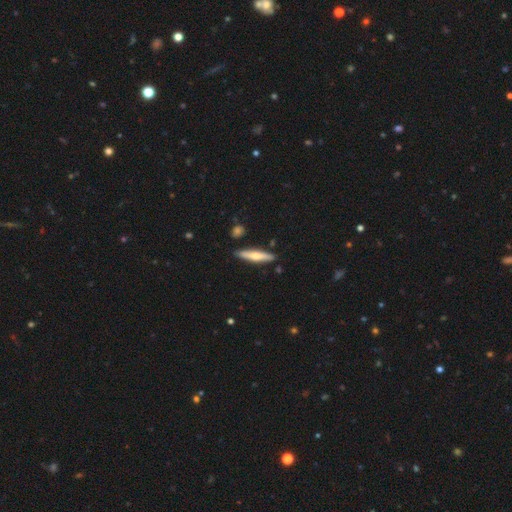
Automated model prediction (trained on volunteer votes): smooth 53%, featured or disk 41%, star or artifact 5%. Down the decision tree: how rounded — cigar-shaped (86%); merging — none (86%).